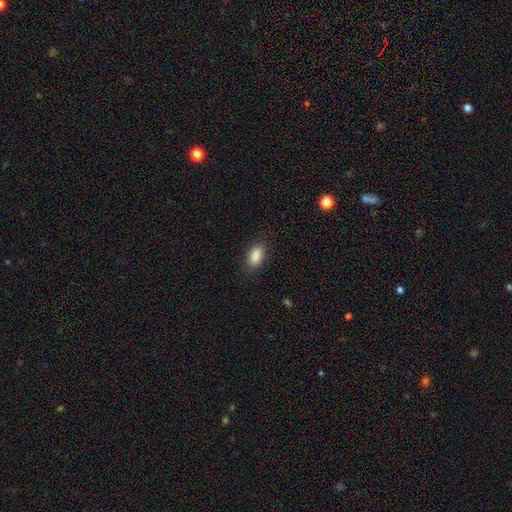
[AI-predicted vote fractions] Smooth or featured?
  - smooth: 90% *
  - star or artifact: 7%
  - featured or disk: 3%
How rounded?
  - in between: 91% *
  - round: 7%
  - cigar-shaped: 2%
Merging?
  - none: 86% *
  - minor disturbance: 10%
  - major disturbance: 3%
  - merger: 1%